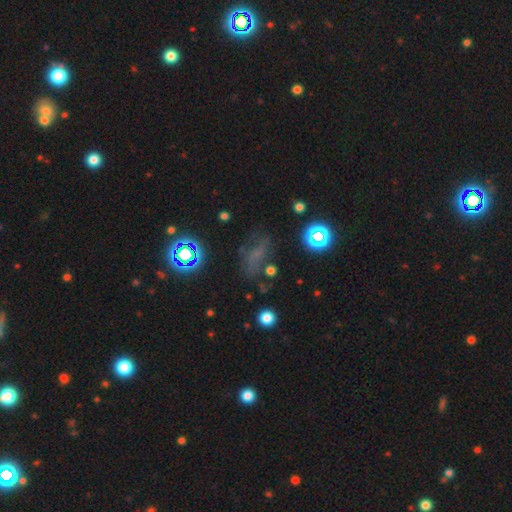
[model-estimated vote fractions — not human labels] Smooth or featured? smooth (38%)
Merging? none (57%)